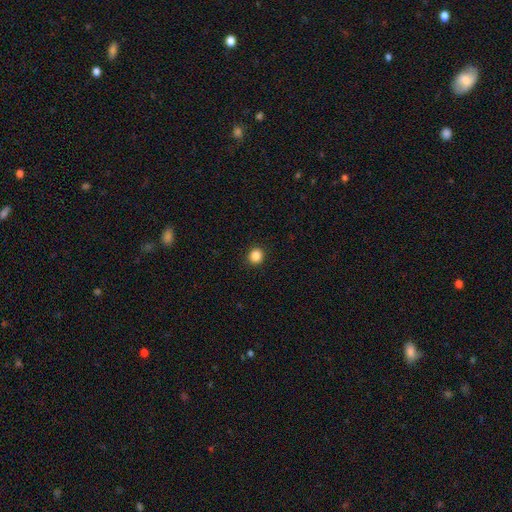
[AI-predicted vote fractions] smooth_or_featured: smooth (p=0.86) [alt: star or artifact p=0.11]
how_rounded: round (p=0.88) [alt: in between p=0.11]
merging: none (p=0.92) [alt: minor disturbance p=0.05]